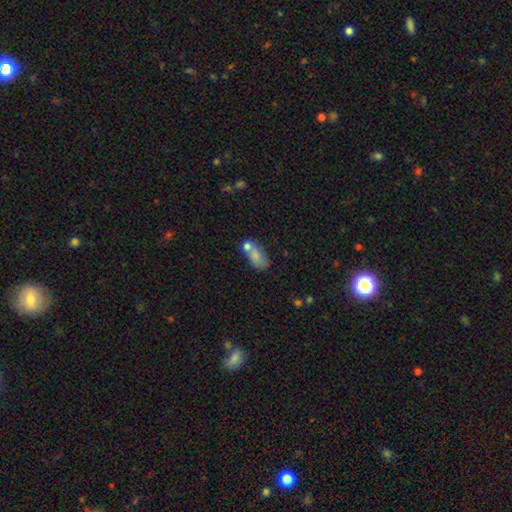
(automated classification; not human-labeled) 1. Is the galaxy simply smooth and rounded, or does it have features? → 73% smooth, 17% featured or disk, 9% star or artifact.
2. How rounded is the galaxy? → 85% in between, 10% round, 5% cigar-shaped.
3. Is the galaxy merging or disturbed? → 41% merger, 35% none, 16% minor disturbance, 8% major disturbance.